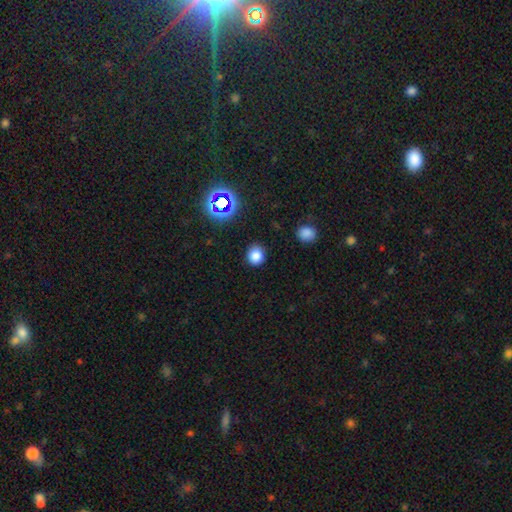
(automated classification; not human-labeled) Smooth or featured? smooth (80%)
How rounded? round (76%)
Merging? none (87%)